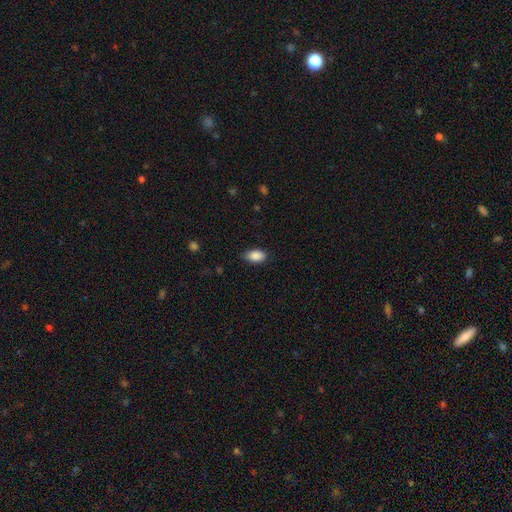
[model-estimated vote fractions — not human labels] smooth-or-featured: smooth: 89% | star or artifact: 7% | featured or disk: 4%
  how-rounded: in between: 92% | round: 6% | cigar-shaped: 2%
  merging: none: 79% | minor disturbance: 17% | major disturbance: 3% | merger: 1%